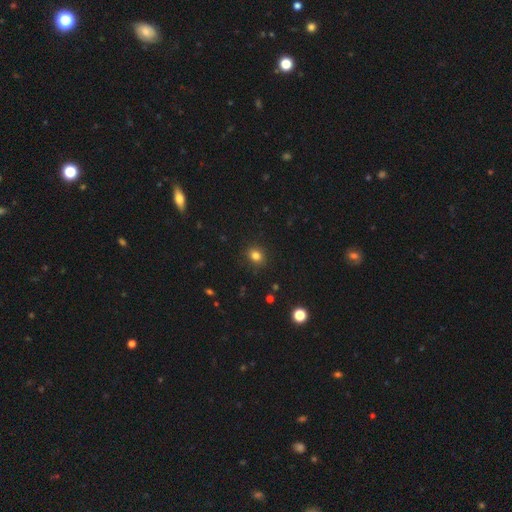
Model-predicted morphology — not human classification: The model was most divided on "how rounded": round: 63%, in between: 36%, cigar-shaped: 1%. More confident: merging — none (89%); smooth or featured — smooth (82%).